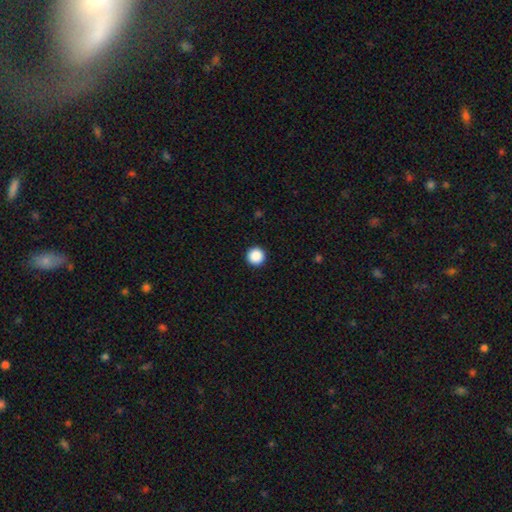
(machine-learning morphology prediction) A smooth galaxy with no disk features (88%) that is round (97%).

Vote fractions:
- Smooth or featured? smooth: 88% / star or artifact: 9% / featured or disk: 2%
- How rounded? round: 97% / in between: 2% / cigar-shaped: 1%
- Merging? none: 94% / minor disturbance: 4% / major disturbance: 1% / merger: 1%